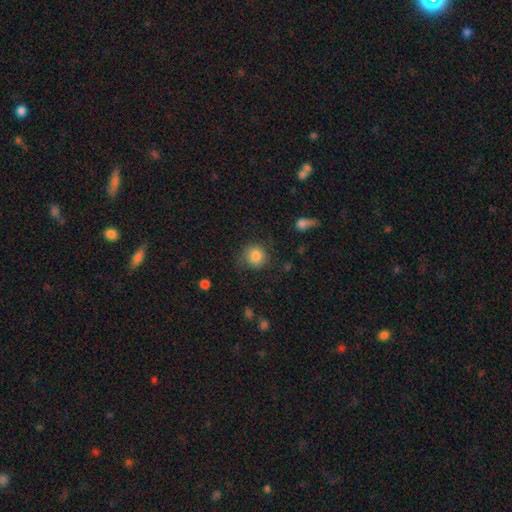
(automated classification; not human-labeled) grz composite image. It shows a smooth galaxy with no disk features (84%) that is round (89%). Merging: none (76%).